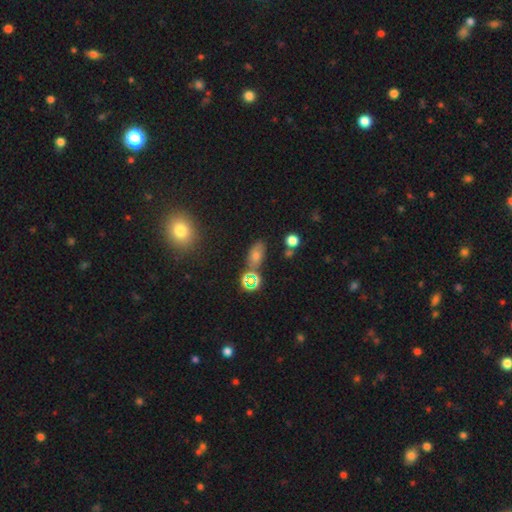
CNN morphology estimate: A smooth galaxy with no disk features (56%) that is in between round and cigar-shaped (79%).

Vote fractions:
- Smooth or featured? smooth: 56% / star or artifact: 27% / featured or disk: 18%
- How rounded? in between: 79% / round: 16% / cigar-shaped: 5%
- Merging? none: 71% / minor disturbance: 15% / merger: 9% / major disturbance: 5%